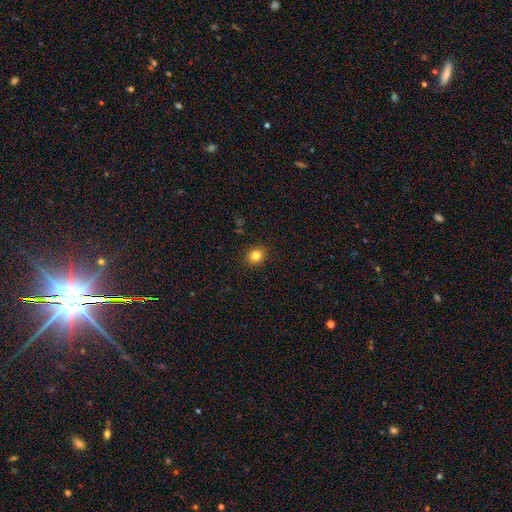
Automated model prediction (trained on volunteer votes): A smooth galaxy with no disk features (82%) that is round (69%). Merging: none (90%).